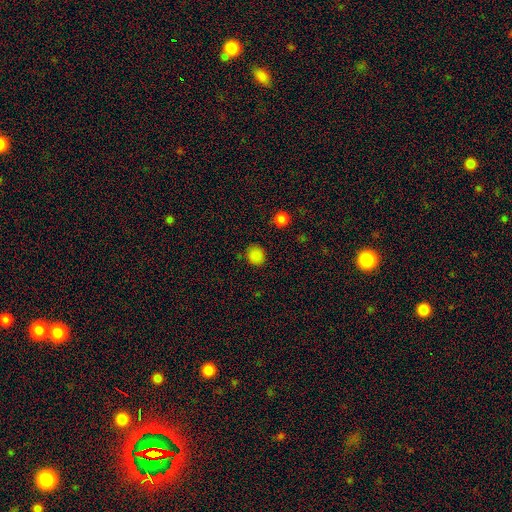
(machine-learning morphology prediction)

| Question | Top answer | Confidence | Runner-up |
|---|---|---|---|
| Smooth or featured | smooth | 84% | star or artifact (13%) |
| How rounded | round | 83% | in between (16%) |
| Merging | none | 86% | minor disturbance (9%) |